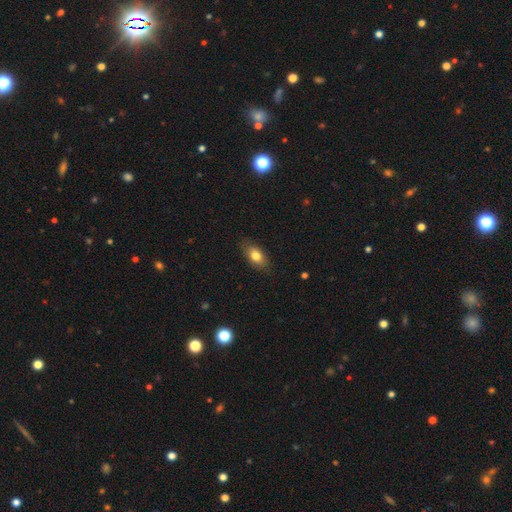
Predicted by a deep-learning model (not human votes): smooth_or_featured: smooth (p=0.77) [alt: featured or disk p=0.15]
how_rounded: in between (p=0.86) [alt: round p=0.09]
merging: none (p=0.83) [alt: minor disturbance p=0.13]